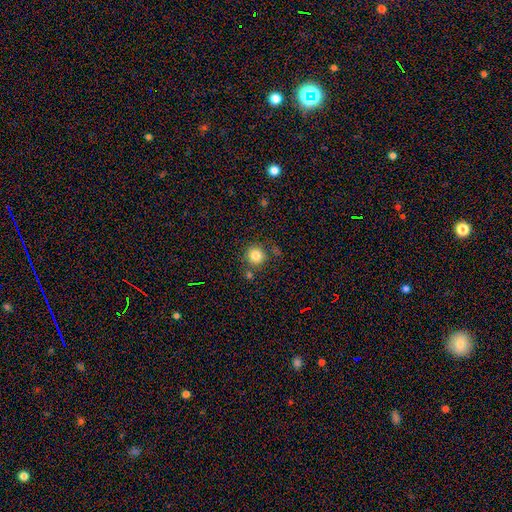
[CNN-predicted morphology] smooth-or-featured: smooth: 83% | star or artifact: 11% | featured or disk: 6%
  how-rounded: round: 93% | in between: 6% | cigar-shaped: 1%
  merging: none: 79% | minor disturbance: 10% | merger: 8% | major disturbance: 3%